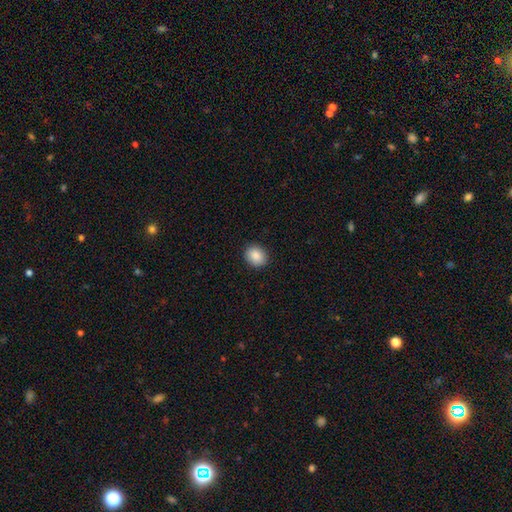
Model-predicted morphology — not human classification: Smooth or featured: smooth — 89% (star or artifact — 8%)
How rounded: round — 58% (in between — 41%)
Merging: none — 91% (minor disturbance — 7%)